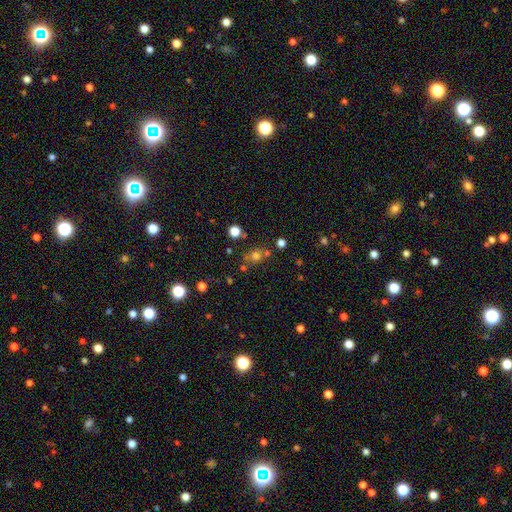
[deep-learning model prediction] Morphology: type=smooth (66%); roundness=round (69%); merging=none (61%).